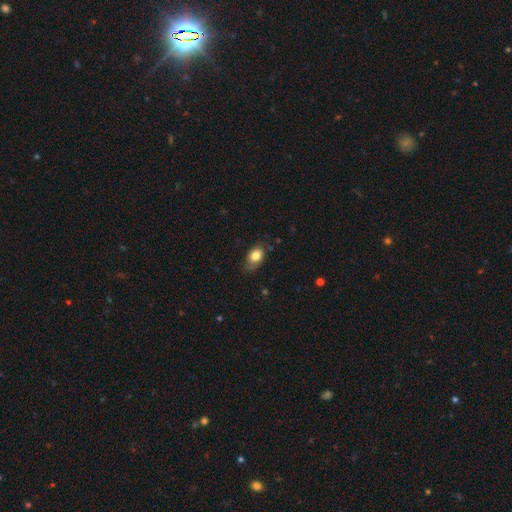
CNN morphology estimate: A smooth galaxy with no disk features (81%) that is in between round and cigar-shaped (77%). Merging: none (63%).